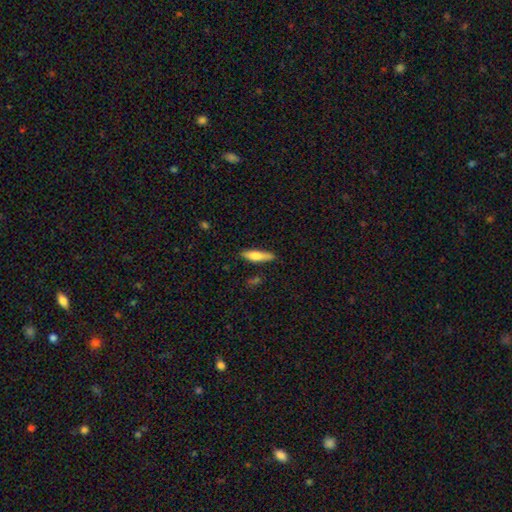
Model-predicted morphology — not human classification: smooth_or_featured: smooth (p=0.69) [alt: featured or disk p=0.25]
how_rounded: cigar-shaped (p=0.70) [alt: in between p=0.29]
merging: none (p=0.80) [alt: minor disturbance p=0.15]